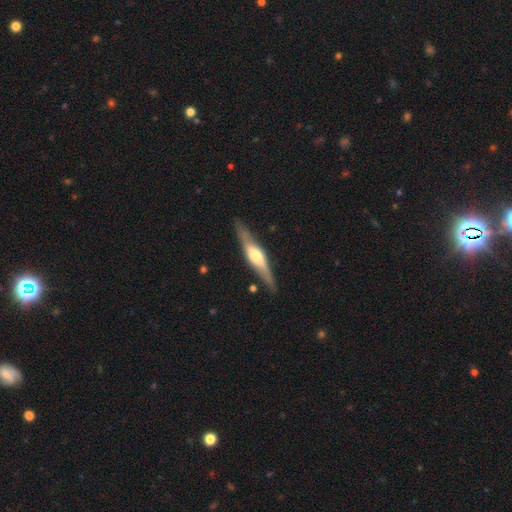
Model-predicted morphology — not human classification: smooth-or-featured: featured or disk: 66% | smooth: 29% | star or artifact: 5%
  disk-edge-on: yes: 93% | no: 7%
    edge-on-bulge: rounded: 83% | boxy: 12% | none: 5%
  merging: none: 85% | minor disturbance: 11% | major disturbance: 2% | merger: 2%